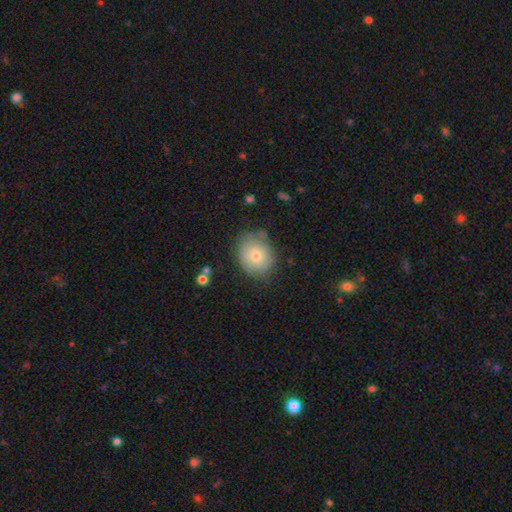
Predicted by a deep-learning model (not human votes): smooth 57%, featured or disk 34%, star or artifact 9%. Down the decision tree: how rounded — round (64%); merging — none (73%).